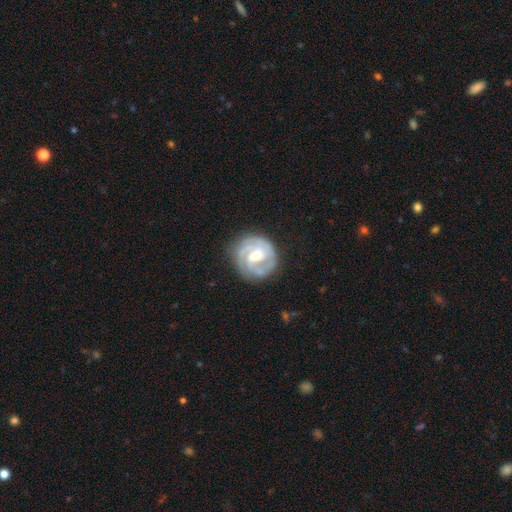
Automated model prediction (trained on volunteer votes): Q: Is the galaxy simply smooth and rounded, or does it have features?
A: featured or disk — 87%.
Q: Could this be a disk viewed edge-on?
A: no — 98%.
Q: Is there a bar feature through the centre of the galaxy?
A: weak — 52%.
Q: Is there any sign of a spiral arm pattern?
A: yes — 97%.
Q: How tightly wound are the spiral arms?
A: tight — 67%.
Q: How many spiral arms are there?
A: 2 — 48%.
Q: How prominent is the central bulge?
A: moderate — 53%.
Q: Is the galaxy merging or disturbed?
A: none — 79%.